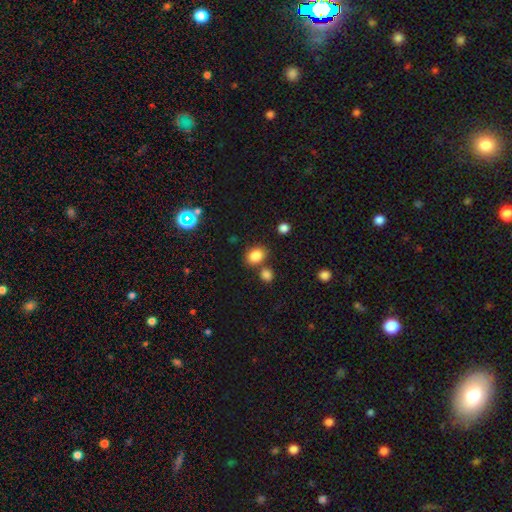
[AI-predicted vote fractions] This appears to be a smooth galaxy with no disk features (83%) that is round (50%). Merging: none (70%).